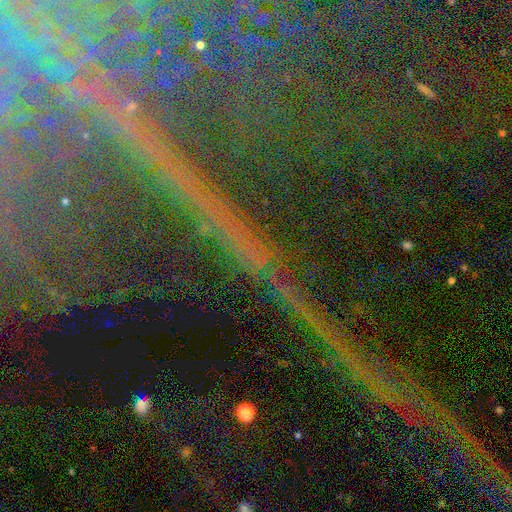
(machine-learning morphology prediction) smooth-or-featured: star or artifact: 81% | featured or disk: 12% | smooth: 7%